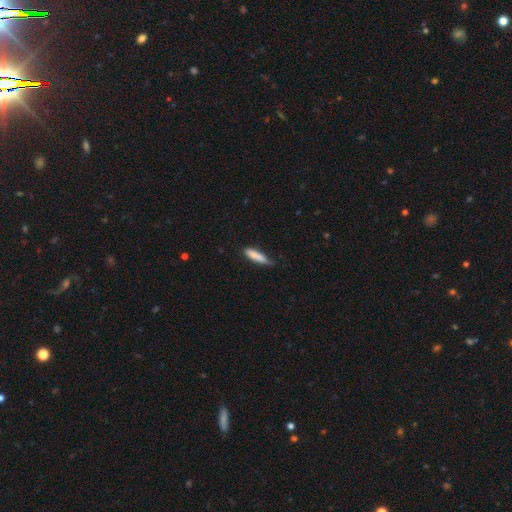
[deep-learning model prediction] smooth 84%, featured or disk 10%, star or artifact 6%. Down the decision tree: how rounded — cigar-shaped (78%); merging — none (60%).